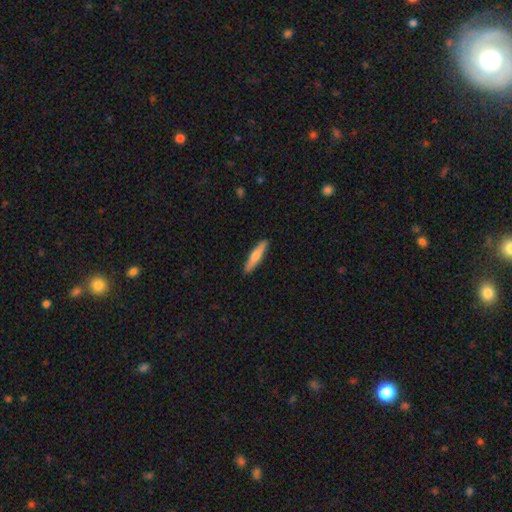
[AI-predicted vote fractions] Smooth or featured? smooth (66%)
How rounded? cigar-shaped (87%)
Merging? none (91%)